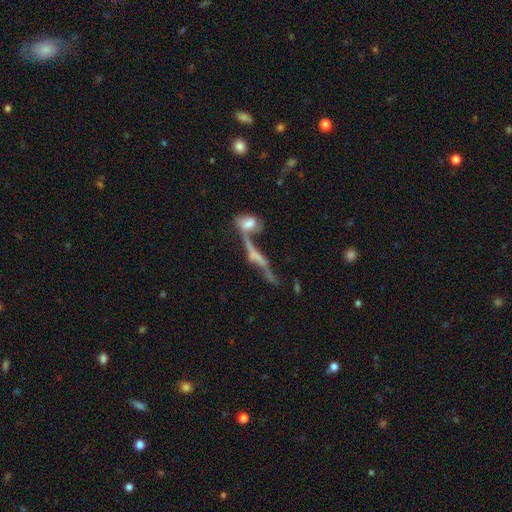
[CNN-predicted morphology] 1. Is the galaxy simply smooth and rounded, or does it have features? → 59% featured or disk, 28% smooth, 13% star or artifact.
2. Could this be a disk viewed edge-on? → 57% no, 43% yes.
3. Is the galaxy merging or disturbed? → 55% merger, 20% none, 15% major disturbance, 10% minor disturbance.